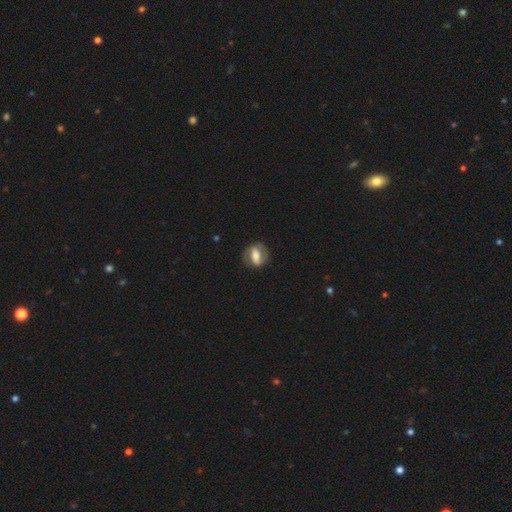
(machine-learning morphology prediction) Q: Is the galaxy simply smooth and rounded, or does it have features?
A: featured or disk — 58%.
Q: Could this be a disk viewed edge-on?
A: no — 93%.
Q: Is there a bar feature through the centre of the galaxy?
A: strong — 54%.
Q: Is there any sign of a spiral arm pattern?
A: yes — 71%.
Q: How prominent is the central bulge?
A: moderate — 39%.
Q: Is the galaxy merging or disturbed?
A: none — 75%.